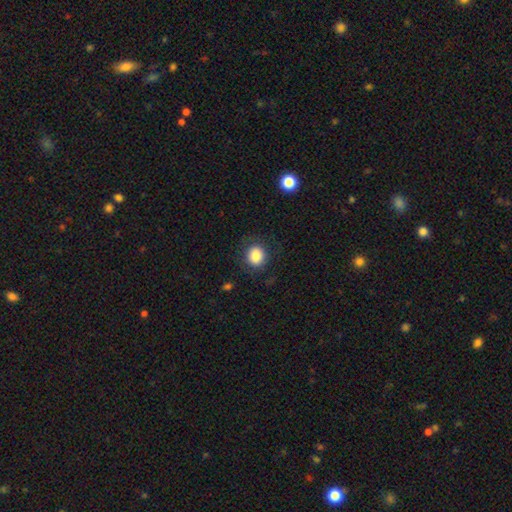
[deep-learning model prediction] This appears to be a smooth galaxy with no disk features (84%) that is round (80%). Merging: none (83%).